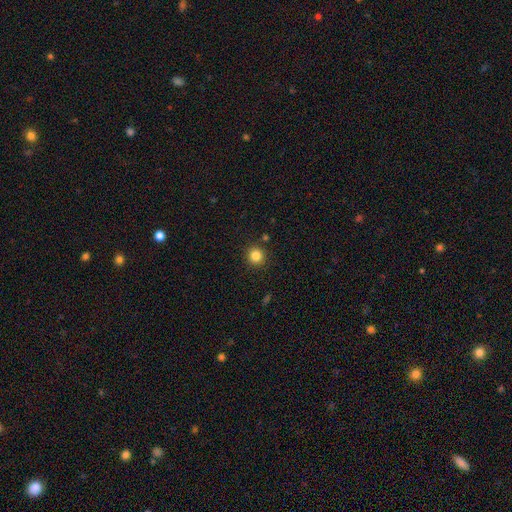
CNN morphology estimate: A smooth galaxy with no disk features (83%) that is round (93%). Merging: none (89%).